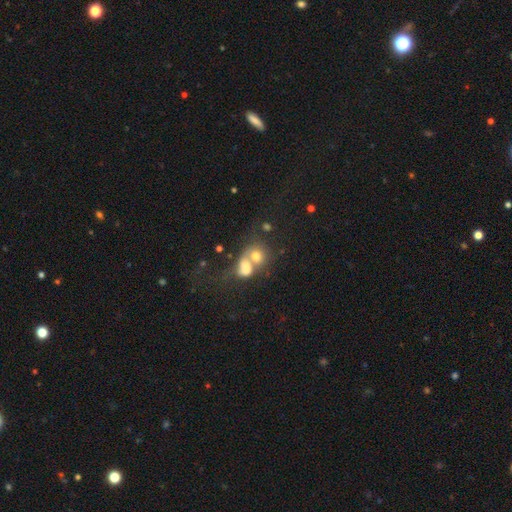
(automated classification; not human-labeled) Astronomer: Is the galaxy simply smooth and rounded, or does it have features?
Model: smooth — 70%.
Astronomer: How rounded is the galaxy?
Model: round — 57% (runner-up: in between, 42%).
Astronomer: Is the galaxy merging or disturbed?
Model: merger — 68%.